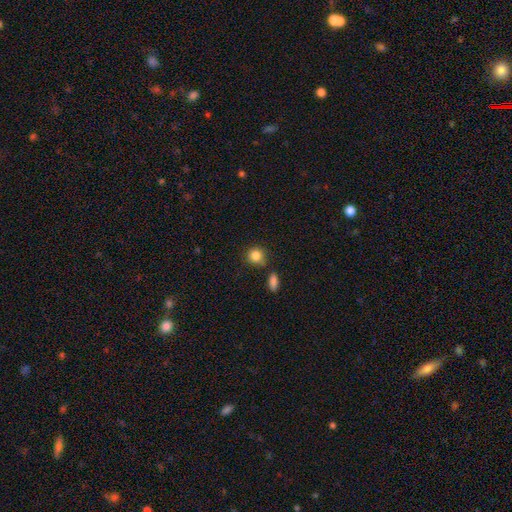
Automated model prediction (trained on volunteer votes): Smooth or featured? Predicted: smooth (p=0.85). How rounded? Predicted: round (p=0.83). Merging? Predicted: none (p=0.68).